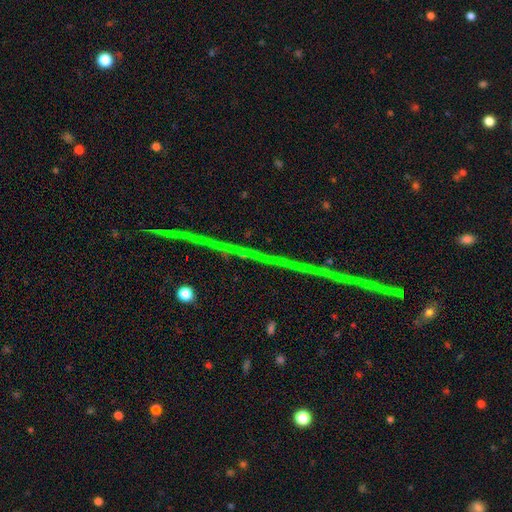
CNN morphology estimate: Smooth or featured?
  - star or artifact: 82% *
  - featured or disk: 12%
  - smooth: 6%